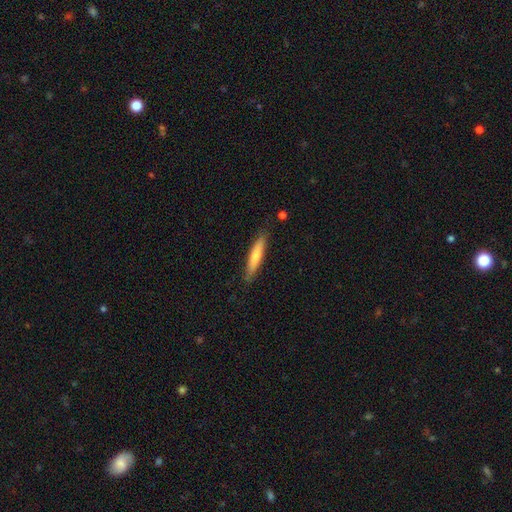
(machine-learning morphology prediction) A smooth galaxy with no disk features (69%) that is cigar-shaped (87%).

Vote fractions:
- Smooth or featured? smooth: 69% / featured or disk: 25% / star or artifact: 6%
- How rounded? cigar-shaped: 87% / in between: 11% / round: 1%
- Merging? none: 85% / minor disturbance: 12% / major disturbance: 2% / merger: 1%